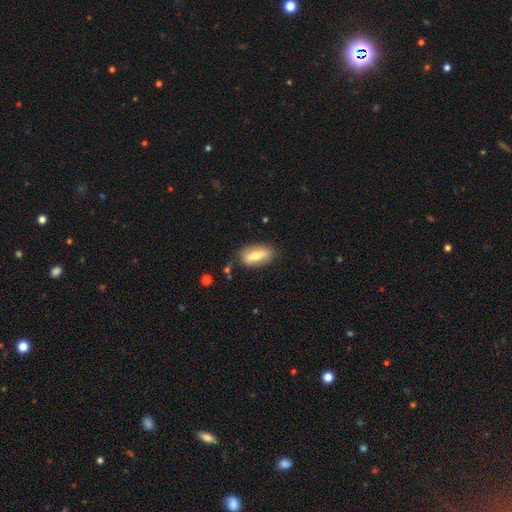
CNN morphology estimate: Smooth or featured?
  - smooth: 69% *
  - featured or disk: 25%
  - star or artifact: 7%
How rounded?
  - in between: 83% *
  - cigar-shaped: 13%
  - round: 3%
Merging?
  - none: 79% *
  - minor disturbance: 15%
  - major disturbance: 4%
  - merger: 2%